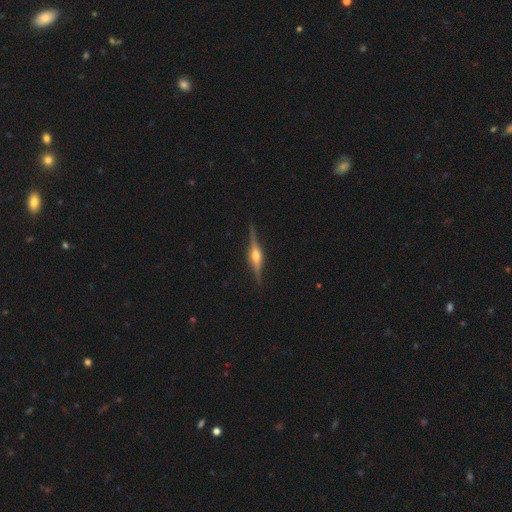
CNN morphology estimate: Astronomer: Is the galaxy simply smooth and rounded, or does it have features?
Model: featured or disk — 83%.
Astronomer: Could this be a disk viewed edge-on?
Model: yes — 98%.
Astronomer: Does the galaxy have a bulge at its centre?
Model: rounded — 87%.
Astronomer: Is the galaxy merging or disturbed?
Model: none — 88%.